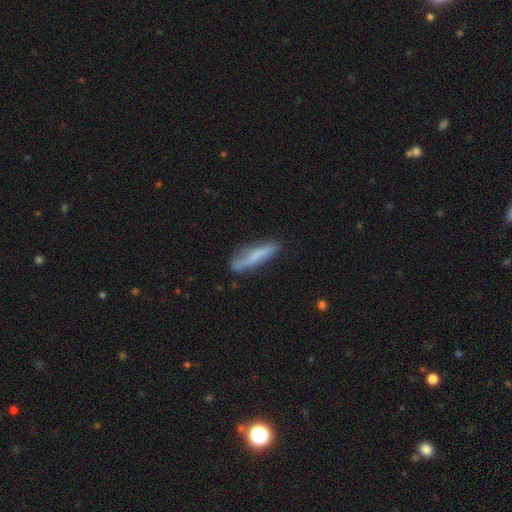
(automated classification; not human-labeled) A smooth galaxy with no disk features (64%) that is cigar-shaped (81%).

Vote fractions:
- Smooth or featured? smooth: 64% / featured or disk: 29% / star or artifact: 7%
- How rounded? cigar-shaped: 81% / in between: 18% / round: 2%
- Merging? none: 66% / minor disturbance: 24% / major disturbance: 7% / merger: 3%